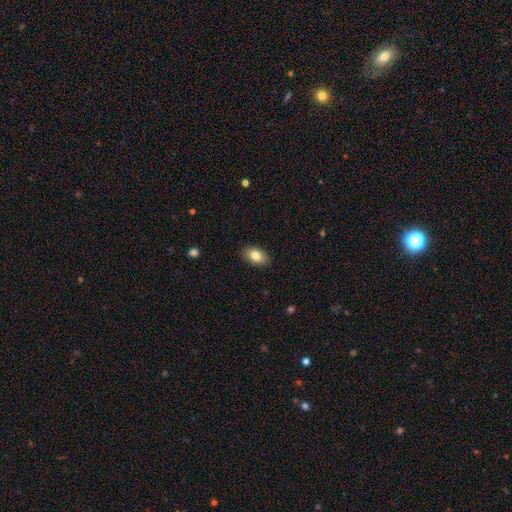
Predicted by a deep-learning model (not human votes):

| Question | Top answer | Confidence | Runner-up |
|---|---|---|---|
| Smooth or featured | smooth | 82% | featured or disk (10%) |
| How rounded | in between | 89% | round (10%) |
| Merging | none | 88% | minor disturbance (9%) |